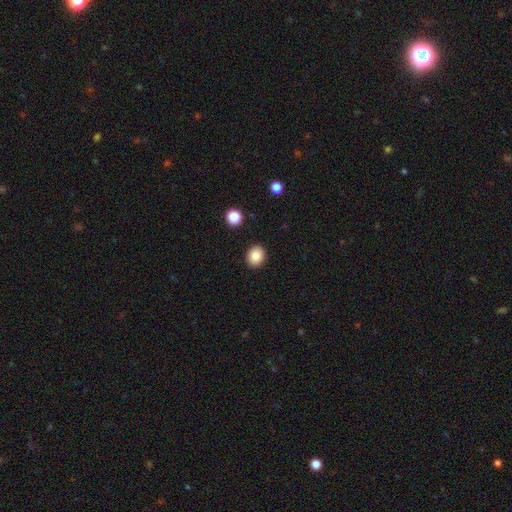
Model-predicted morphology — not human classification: Smooth or featured?
  - smooth: 85% *
  - star or artifact: 9%
  - featured or disk: 6%
How rounded?
  - round: 61% *
  - in between: 38%
  - cigar-shaped: 1%
Merging?
  - none: 91% *
  - minor disturbance: 6%
  - major disturbance: 2%
  - merger: 1%